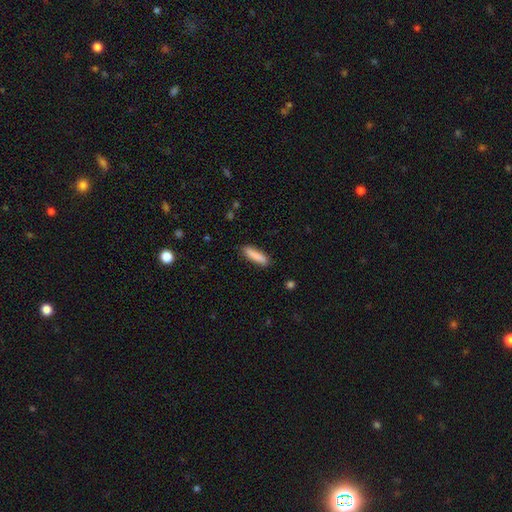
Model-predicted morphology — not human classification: Smooth or featured: smooth — 86% (featured or disk — 7%)
How rounded: cigar-shaped — 75% (in between — 24%)
Merging: none — 87% (minor disturbance — 9%)